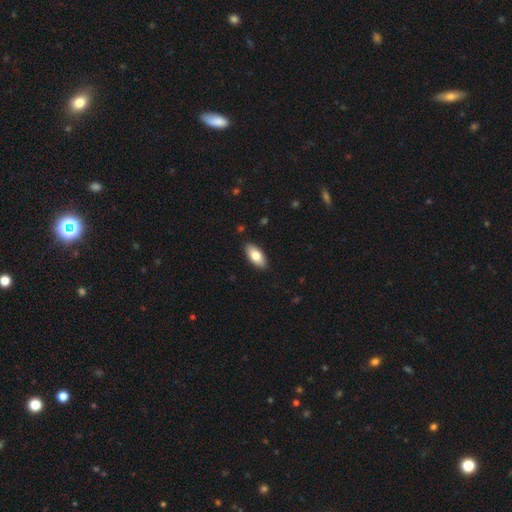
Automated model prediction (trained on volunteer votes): This appears to be a smooth galaxy with no disk features (77%) that is in between round and cigar-shaped (89%). Merging: none (89%).